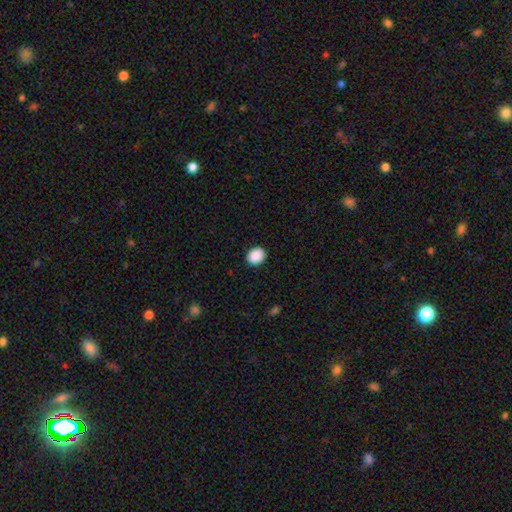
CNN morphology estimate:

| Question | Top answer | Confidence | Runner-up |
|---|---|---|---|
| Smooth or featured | smooth | 90% | star or artifact (7%) |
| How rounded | round | 57% | in between (42%) |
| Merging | none | 91% | minor disturbance (6%) |